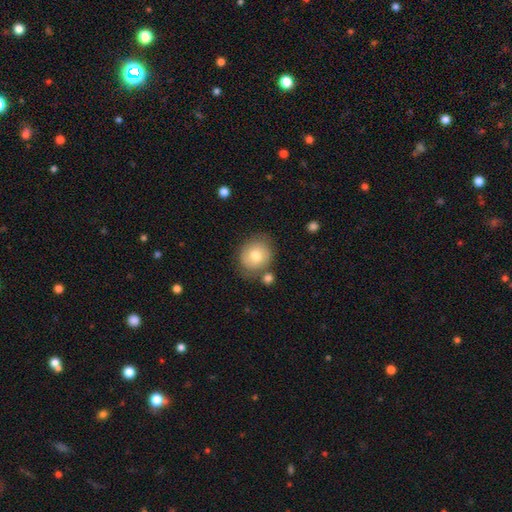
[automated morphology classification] smooth 71%, featured or disk 21%, star or artifact 8%. Down the decision tree: how rounded — round (73%); merging — none (68%).